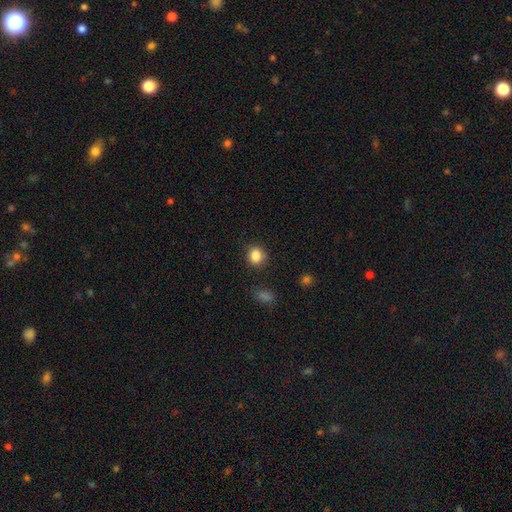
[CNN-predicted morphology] smooth_or_featured: smooth (p=0.85) [alt: star or artifact p=0.10]
how_rounded: round (p=0.77) [alt: in between p=0.22]
merging: none (p=0.85) [alt: minor disturbance p=0.10]